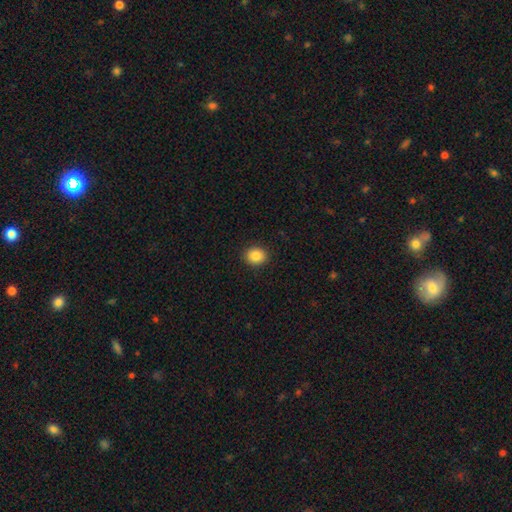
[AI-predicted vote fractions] The model was most divided on "how rounded": round: 72%, in between: 27%, cigar-shaped: 1%. More confident: merging — none (91%); smooth or featured — smooth (86%).